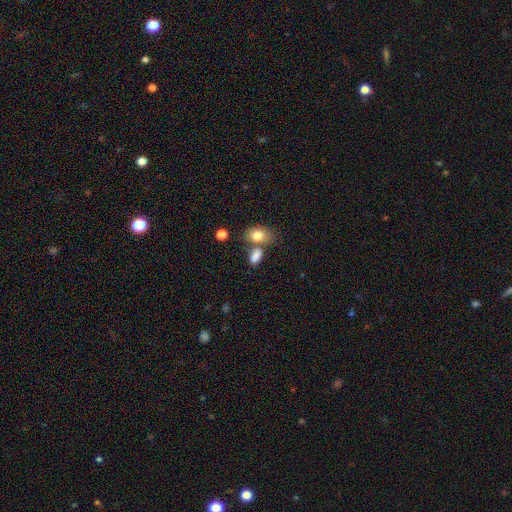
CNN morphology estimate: Smooth or featured? smooth (83%)
How rounded? in between (86%)
Merging? none (48%)